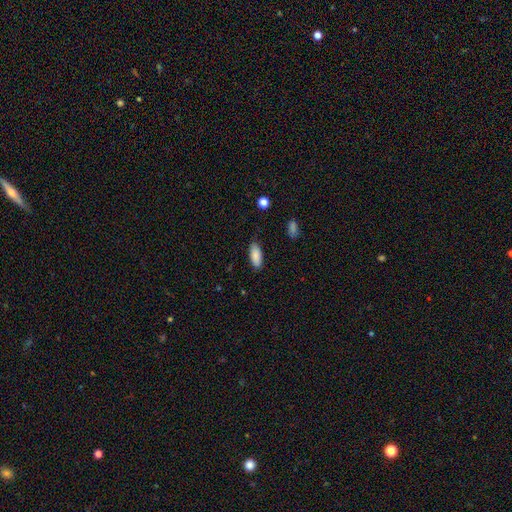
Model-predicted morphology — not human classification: A smooth galaxy with no disk features (88%) that is in between round and cigar-shaped (83%).

Vote fractions:
- Smooth or featured? smooth: 88% / star or artifact: 7% / featured or disk: 6%
- How rounded? in between: 83% / cigar-shaped: 16% / round: 2%
- Merging? none: 84% / minor disturbance: 12% / major disturbance: 2% / merger: 1%